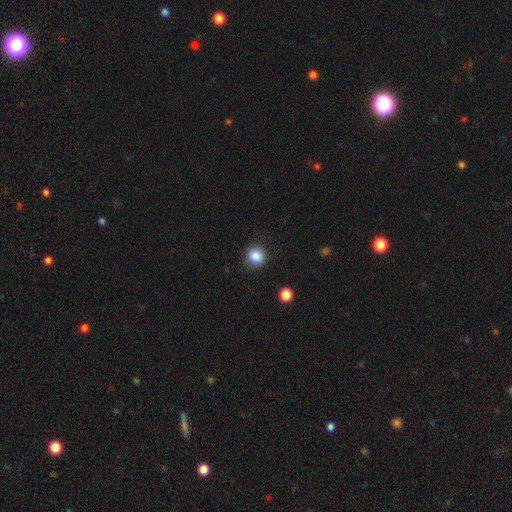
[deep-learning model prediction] smooth_or_featured: smooth (p=0.86) [alt: star or artifact p=0.10]
how_rounded: round (p=0.90) [alt: in between p=0.09]
merging: none (p=0.88) [alt: minor disturbance p=0.08]